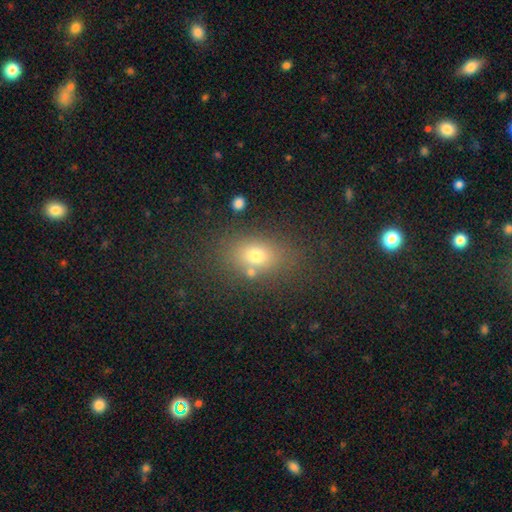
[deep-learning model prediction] This is likely a smooth galaxy (71%). How rounded: likely in between (72%). Merging: likely none (73%).